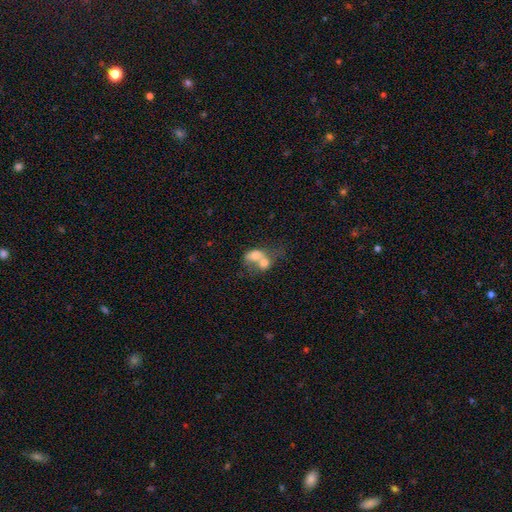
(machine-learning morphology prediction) The model was most divided on "how rounded": in between: 58%, round: 40%, cigar-shaped: 2%. More confident: merging — merger (76%); smooth or featured — smooth (66%).